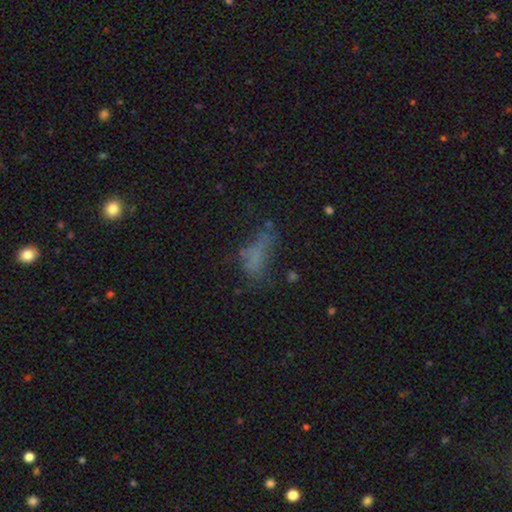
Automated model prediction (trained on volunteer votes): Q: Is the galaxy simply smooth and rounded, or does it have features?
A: smooth — 57%.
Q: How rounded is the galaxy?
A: in between — 63%.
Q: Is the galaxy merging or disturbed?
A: none — 41%.